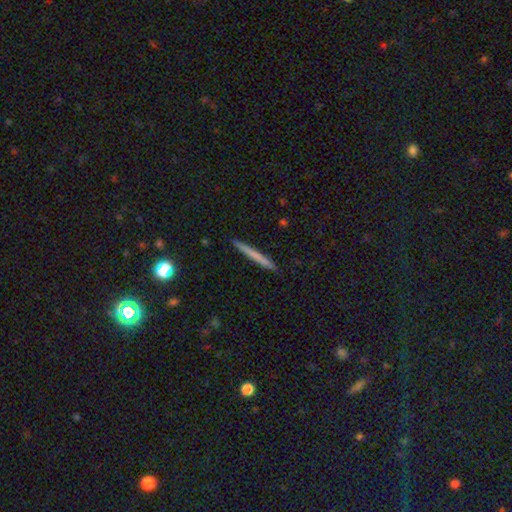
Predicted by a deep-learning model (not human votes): This is likely a smooth galaxy (65%). How rounded: clearly cigar-shaped (97%). Merging: clearly none (92%).